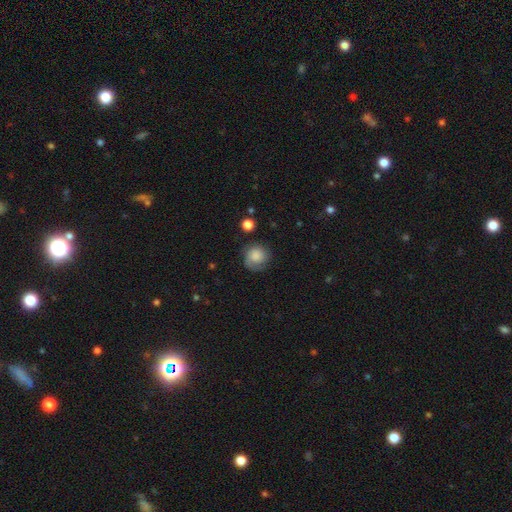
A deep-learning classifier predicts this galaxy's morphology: A smooth galaxy with no disk features (64%) that is round (84%).

Vote fractions:
- Smooth or featured? smooth: 64% / featured or disk: 27% / star or artifact: 8%
- How rounded? round: 84% / in between: 15% / cigar-shaped: 1%
- Merging? none: 64% / minor disturbance: 21% / major disturbance: 13% / merger: 2%